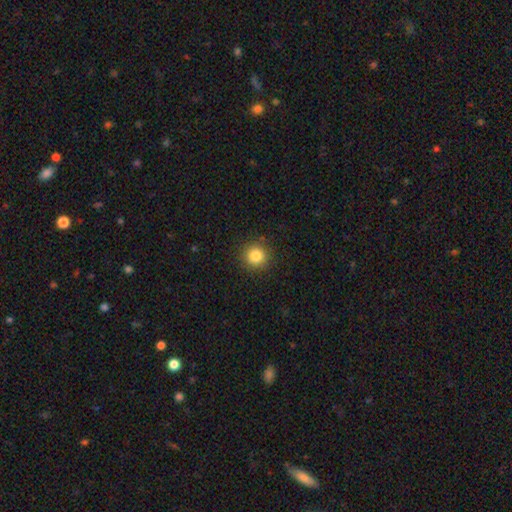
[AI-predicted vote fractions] A smooth galaxy with no disk features (84%) that is round (93%).

Vote fractions:
- Smooth or featured? smooth: 84% / star or artifact: 11% / featured or disk: 5%
- How rounded? round: 93% / in between: 6% / cigar-shaped: 1%
- Merging? none: 90% / minor disturbance: 7% / major disturbance: 2% / merger: 1%